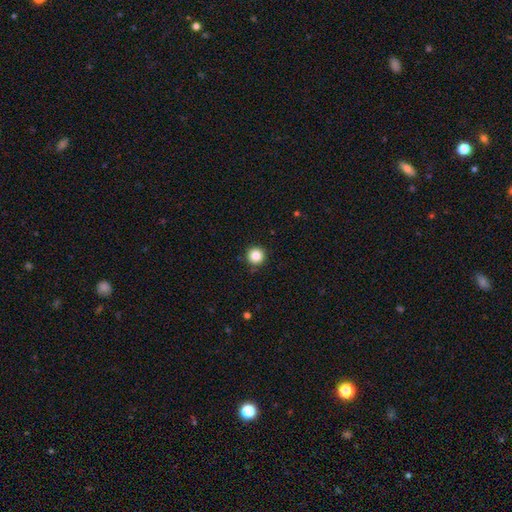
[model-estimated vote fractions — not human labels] smooth-or-featured: smooth: 85% | star or artifact: 11% | featured or disk: 4%
  how-rounded: round: 96% | in between: 3% | cigar-shaped: 1%
  merging: none: 91% | minor disturbance: 6% | major disturbance: 2% | merger: 1%